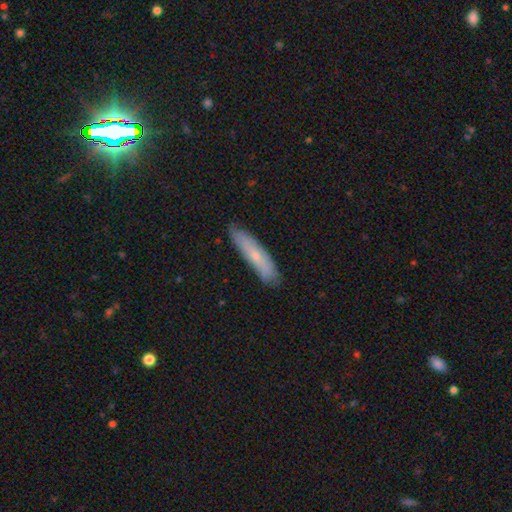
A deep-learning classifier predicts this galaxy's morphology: Smooth or featured?
  - smooth: 58% *
  - featured or disk: 36%
  - star or artifact: 7%
How rounded?
  - cigar-shaped: 81% *
  - in between: 18%
  - round: 2%
Merging?
  - none: 83% *
  - minor disturbance: 13%
  - major disturbance: 2%
  - merger: 1%